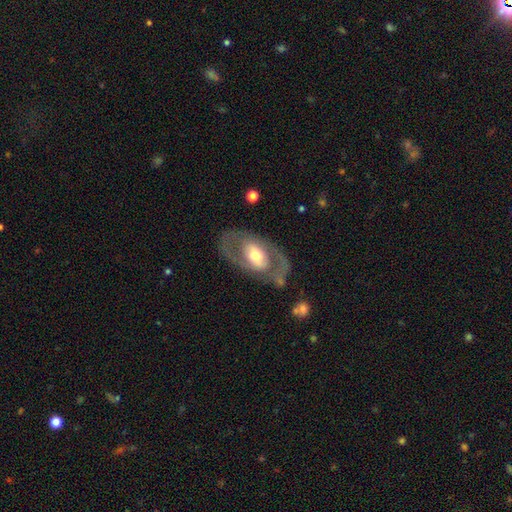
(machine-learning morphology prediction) smooth_or_featured: featured or disk (p=0.70) [alt: smooth p=0.25]
disk_edge_on: no (p=0.92) [alt: yes p=0.08]
bar: no (p=0.45) [alt: weak p=0.33]
has_spiral_arms: no (p=0.52) [alt: yes p=0.48]
bulge_size: moderate (p=0.66) [alt: large p=0.19]
merging: none (p=0.72) [alt: minor disturbance p=0.15]